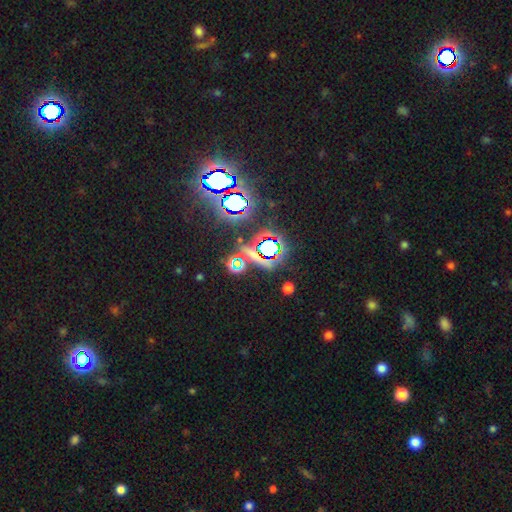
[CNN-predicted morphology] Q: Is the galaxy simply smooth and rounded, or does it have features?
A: star or artifact — 76%.